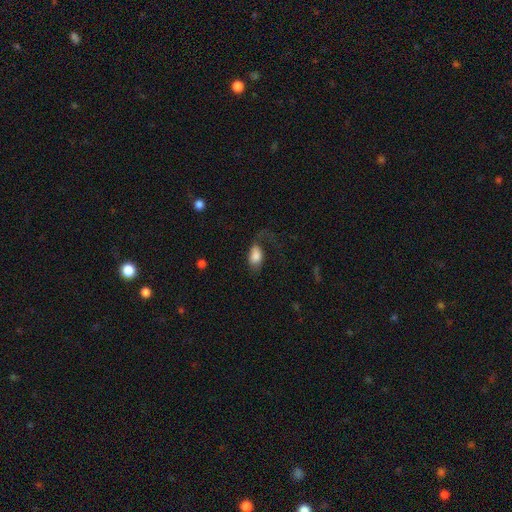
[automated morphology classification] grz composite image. It shows a smooth galaxy with no disk features (76%) that is in between round and cigar-shaped (90%). Merging: major disturbance (43%).